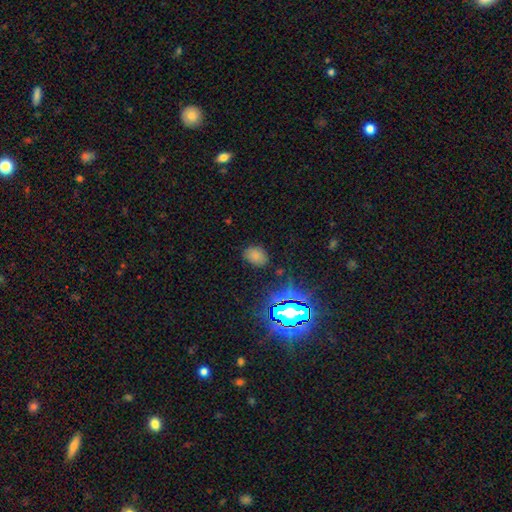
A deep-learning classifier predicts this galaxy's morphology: Q: Smooth or featured?
A: smooth (70%); runner-up: star or artifact (22%)
Q: How rounded?
A: in between (77%); runner-up: round (22%)
Q: Merging?
A: none (79%); runner-up: minor disturbance (14%)